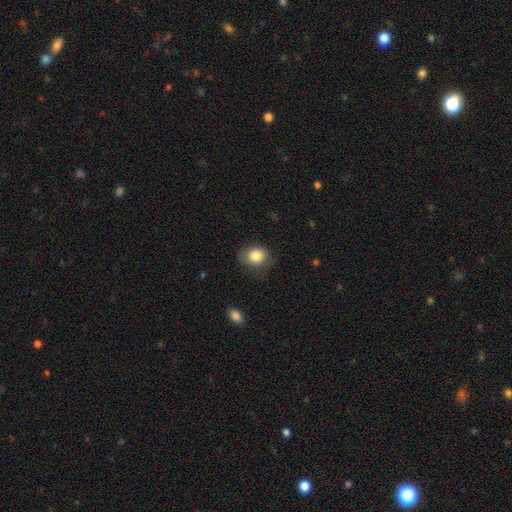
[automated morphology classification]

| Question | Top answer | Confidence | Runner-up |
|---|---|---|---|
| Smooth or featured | smooth | 83% | featured or disk (9%) |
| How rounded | round | 60% | in between (39%) |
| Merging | none | 70% | minor disturbance (22%) |